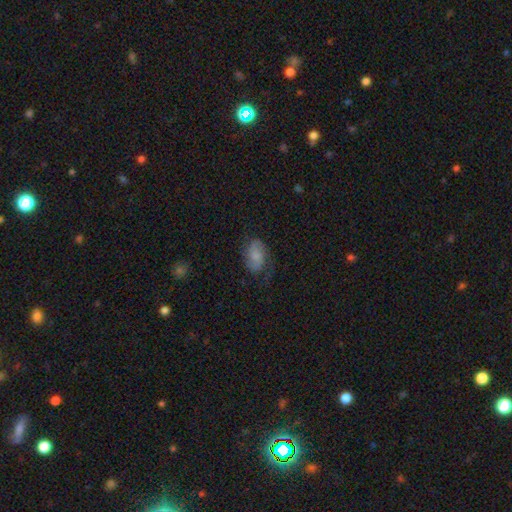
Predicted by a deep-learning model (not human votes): Smooth or featured? smooth (47%)
Merging? none (63%)